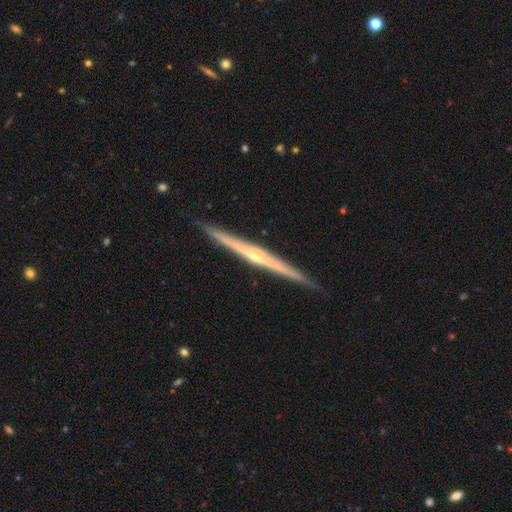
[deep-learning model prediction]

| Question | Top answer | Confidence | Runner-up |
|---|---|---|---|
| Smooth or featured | featured or disk | 80% | smooth (14%) |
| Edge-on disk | yes | 98% | no (2%) |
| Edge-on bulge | rounded | 64% | none (32%) |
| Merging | none | 91% | minor disturbance (7%) |